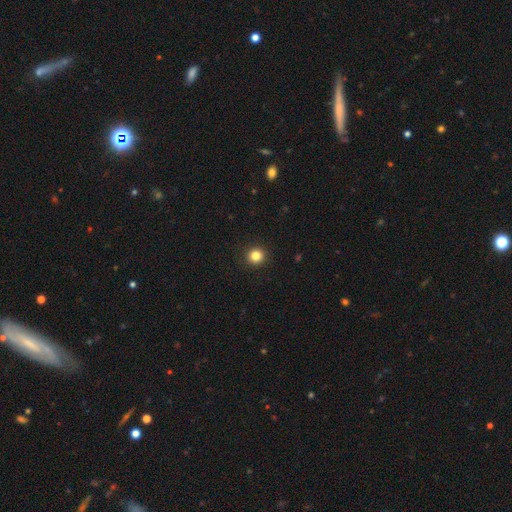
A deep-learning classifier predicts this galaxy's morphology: Smooth or featured? smooth (84%)
How rounded? round (94%)
Merging? none (93%)